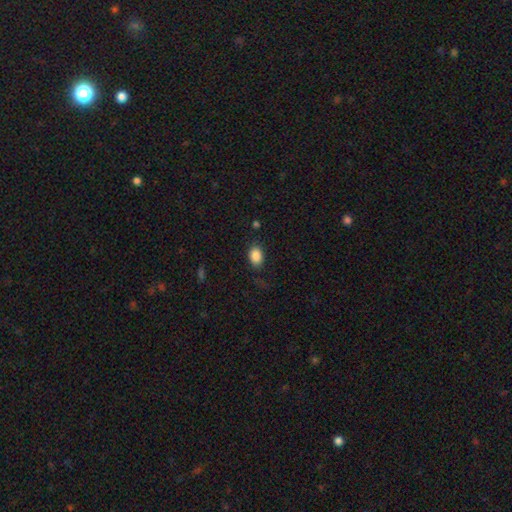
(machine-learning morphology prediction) A smooth galaxy with no disk features (87%) that is in between round and cigar-shaped (81%).

Vote fractions:
- Smooth or featured? smooth: 87% / star or artifact: 8% / featured or disk: 5%
- How rounded? in between: 81% / round: 18% / cigar-shaped: 1%
- Merging? none: 80% / minor disturbance: 14% / major disturbance: 5% / merger: 1%